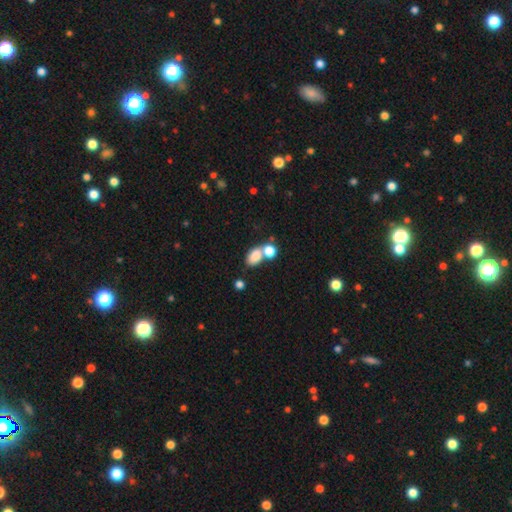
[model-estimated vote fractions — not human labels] smooth-or-featured: smooth: 80% | star or artifact: 11% | featured or disk: 9%
  how-rounded: in between: 80% | round: 18% | cigar-shaped: 2%
  merging: merger: 42% | none: 41% | minor disturbance: 11% | major disturbance: 5%